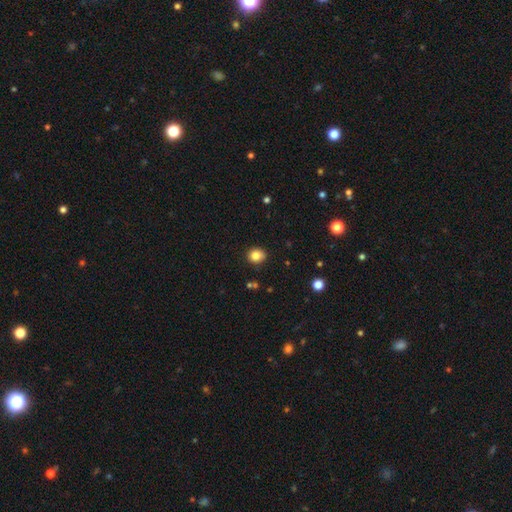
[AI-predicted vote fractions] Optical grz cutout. It shows a smooth galaxy with no disk features (83%) that is round (76%). Merging: none (87%).